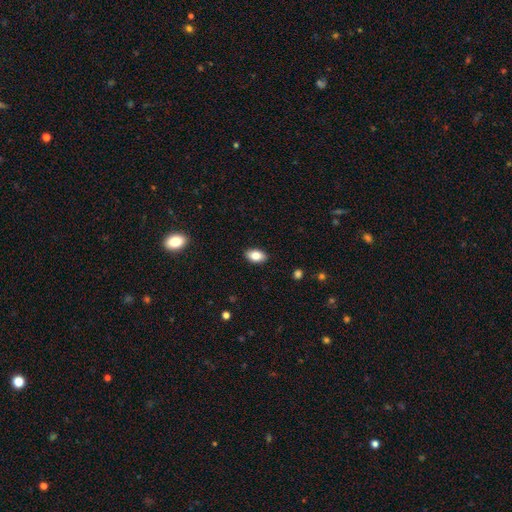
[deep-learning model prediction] smooth_or_featured: smooth (p=0.84) [alt: featured or disk p=0.08]
how_rounded: in between (p=0.91) [alt: round p=0.07]
merging: none (p=0.89) [alt: minor disturbance p=0.08]